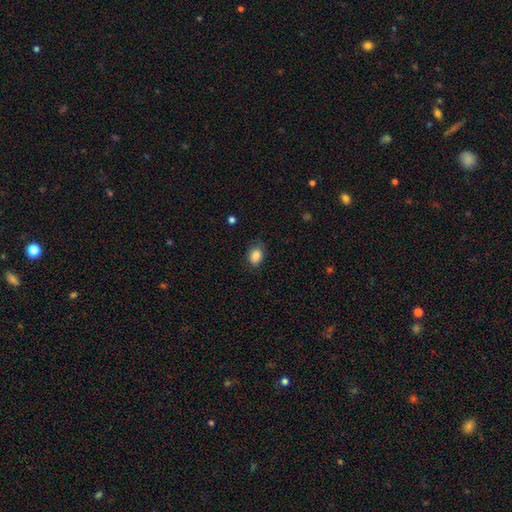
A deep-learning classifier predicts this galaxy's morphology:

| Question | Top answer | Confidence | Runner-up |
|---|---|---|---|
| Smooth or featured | smooth | 85% | star or artifact (9%) |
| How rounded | in between | 69% | round (30%) |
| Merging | none | 74% | minor disturbance (20%) |